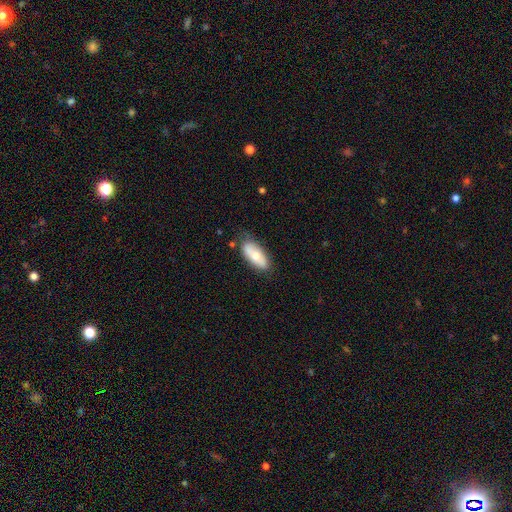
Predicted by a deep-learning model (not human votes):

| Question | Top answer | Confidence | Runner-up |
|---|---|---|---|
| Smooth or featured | smooth | 61% | featured or disk (33%) |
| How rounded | in between | 85% | cigar-shaped (13%) |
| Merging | none | 76% | minor disturbance (18%) |